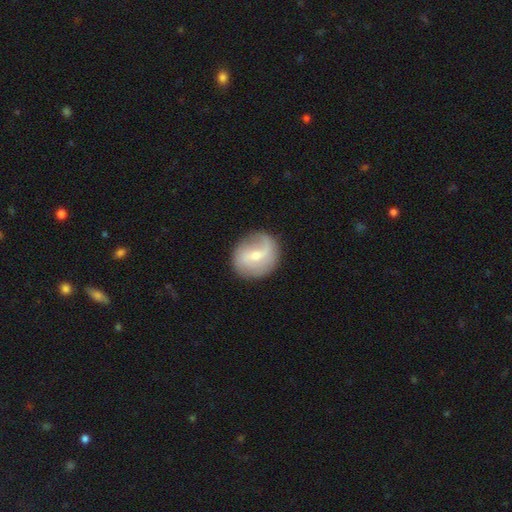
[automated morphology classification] Q: Smooth or featured?
A: featured or disk (64%); runner-up: smooth (29%)
Q: Edge-on disk?
A: no (97%); runner-up: yes (3%)
Q: Bar?
A: weak (54%); runner-up: no (25%)
Q: Spiral arms?
A: yes (82%); runner-up: no (18%)
Q: Spiral winding?
A: loose (52%); runner-up: medium (32%)
Q: Spiral arm count?
A: 2 (65%); runner-up: 1 (17%)
Q: Bulge size?
A: small (55%); runner-up: moderate (40%)
Q: Merging?
A: none (78%); runner-up: minor disturbance (14%)